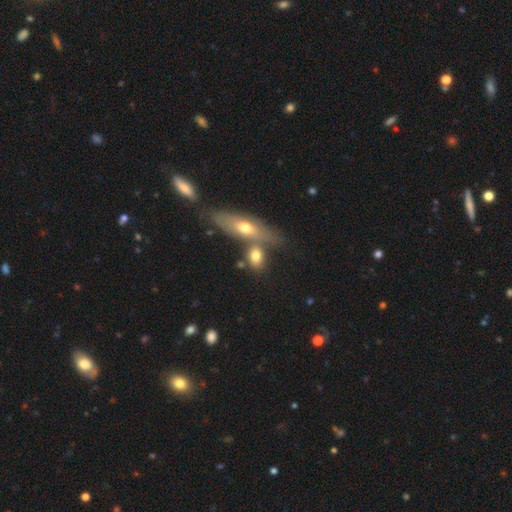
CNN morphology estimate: A smooth galaxy with no disk features (72%) that is in between round and cigar-shaped (65%).

Vote fractions:
- Smooth or featured? smooth: 72% / featured or disk: 20% / star or artifact: 8%
- How rounded? in between: 65% / round: 23% / cigar-shaped: 12%
- Merging? none: 47% / merger: 37% / minor disturbance: 11% / major disturbance: 5%